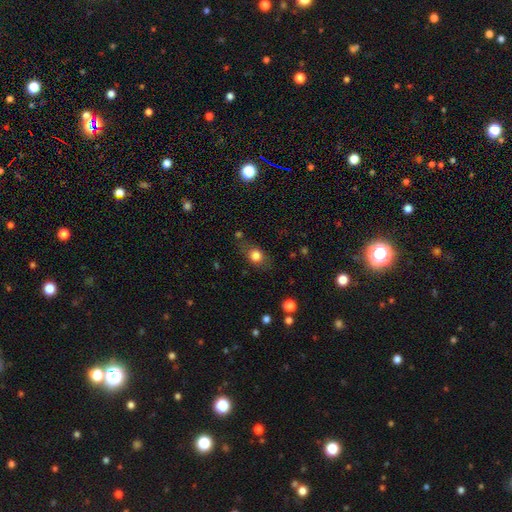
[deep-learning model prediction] smooth 76%, featured or disk 13%, star or artifact 10%. Down the decision tree: how rounded — in between (53%); merging — none (67%).